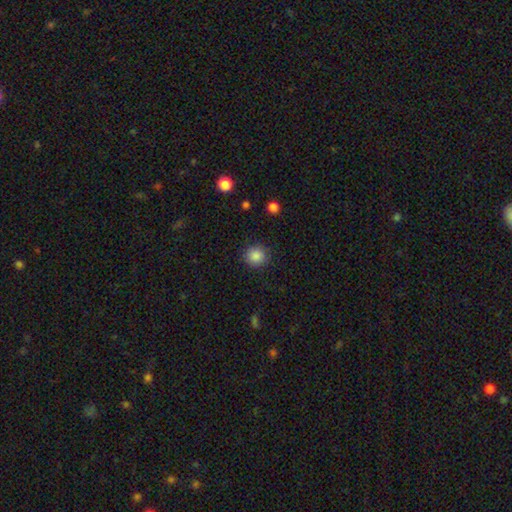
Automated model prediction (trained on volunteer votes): Smooth or featured?
  - smooth: 87% *
  - star or artifact: 10%
  - featured or disk: 4%
How rounded?
  - round: 91% *
  - in between: 8%
  - cigar-shaped: 1%
Merging?
  - none: 88% *
  - minor disturbance: 8%
  - major disturbance: 3%
  - merger: 1%